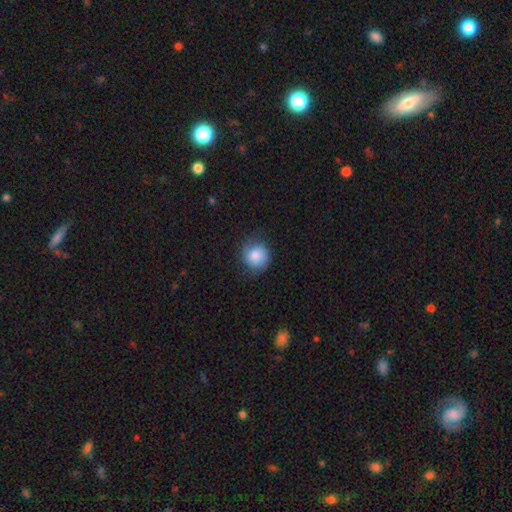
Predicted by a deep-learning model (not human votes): This appears to be a smooth galaxy with no disk features (82%) that is round (87%). Merging: none (72%).